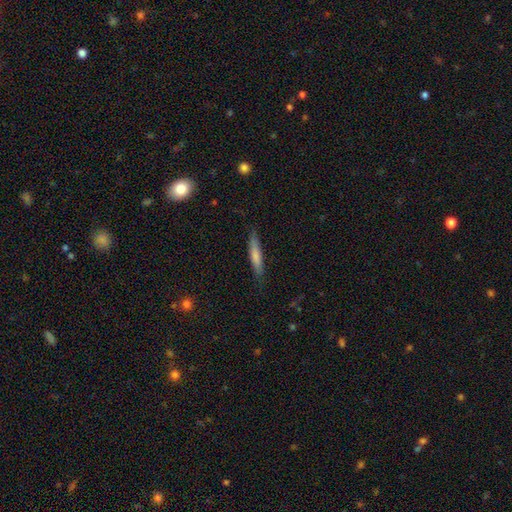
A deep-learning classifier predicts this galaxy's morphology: Overall: smooth (73%). How rounded: cigar-shaped (89%). Merging: none (83%).